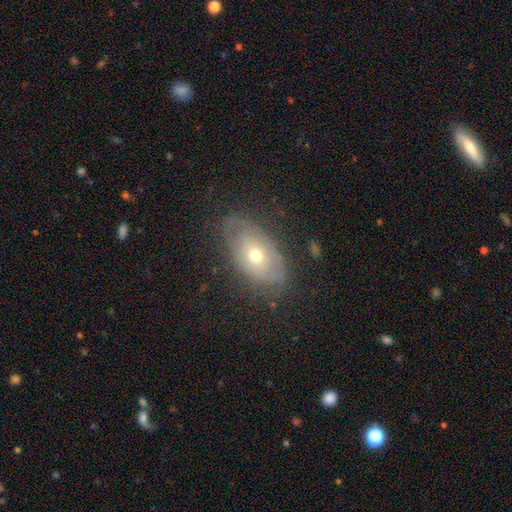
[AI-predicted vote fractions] Morphology: type=featured or disk (51%); edge-on=no (87%); merging=none (72%).